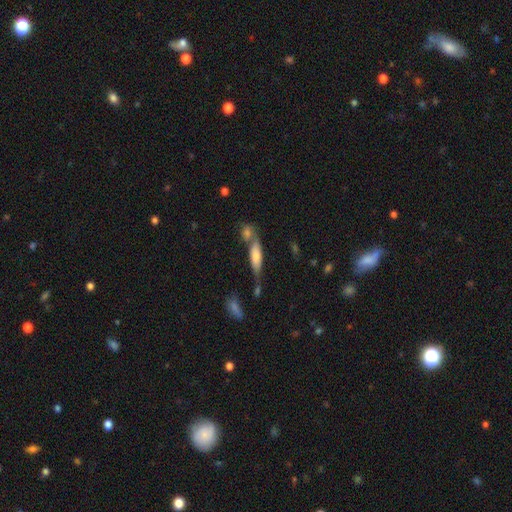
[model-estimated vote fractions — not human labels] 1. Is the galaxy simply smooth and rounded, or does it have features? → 64% smooth, 28% featured or disk, 8% star or artifact.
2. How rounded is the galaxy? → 66% cigar-shaped, 32% in between, 3% round.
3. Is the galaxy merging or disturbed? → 49% none, 30% merger, 15% minor disturbance, 6% major disturbance.